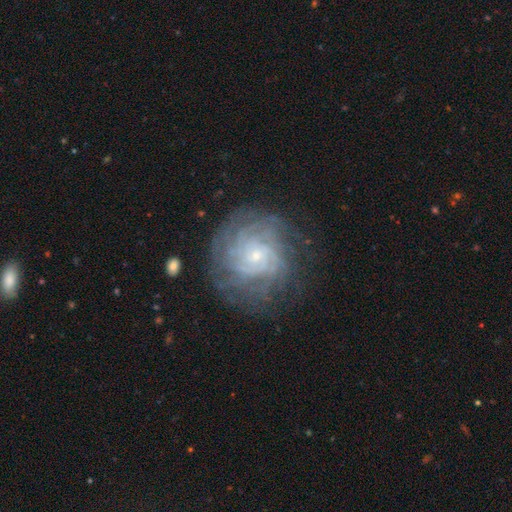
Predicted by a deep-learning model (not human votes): Smooth or featured?
  - featured or disk: 82% *
  - smooth: 10%
  - star or artifact: 8%
Edge-on disk?
  - no: 98% *
  - yes: 2%
Bar?
  - no: 73% *
  - weak: 22%
  - strong: 5%
Spiral arms?
  - yes: 96% *
  - no: 4%
Spiral winding?
  - tight: 77% *
  - medium: 19%
  - loose: 4%
Spiral arm count?
  - can't tell: 35% *
  - more than 4: 21%
  - 4: 20%
  - 3: 10%
  - 2: 8%
  - 1: 7%
Bulge size?
  - small: 81% *
  - moderate: 13%
  - none: 3%
  - large: 2%
  - dominant: 1%
Merging?
  - none: 76% *
  - minor disturbance: 15%
  - major disturbance: 7%
  - merger: 1%